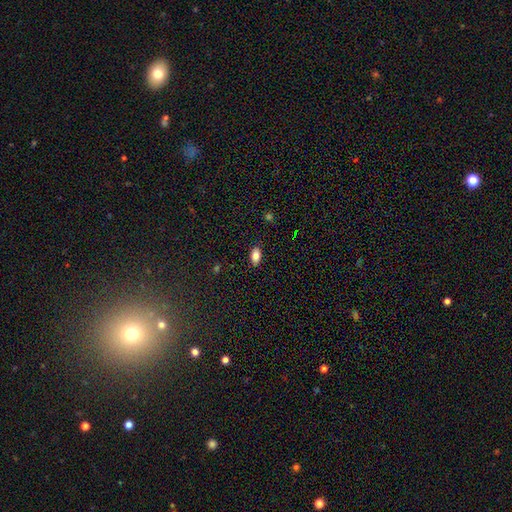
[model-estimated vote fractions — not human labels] Smooth or featured?
  - smooth: 83% *
  - star or artifact: 9%
  - featured or disk: 8%
How rounded?
  - in between: 91% *
  - round: 5%
  - cigar-shaped: 4%
Merging?
  - none: 87% *
  - minor disturbance: 10%
  - major disturbance: 2%
  - merger: 1%